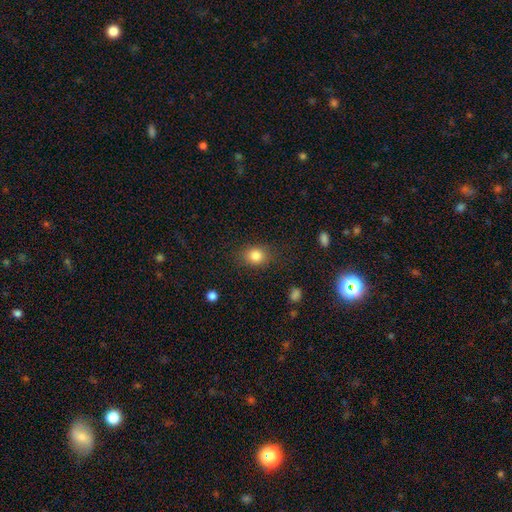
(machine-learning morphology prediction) A smooth galaxy with no disk features (84%) that is round (62%). Merging: none (81%).